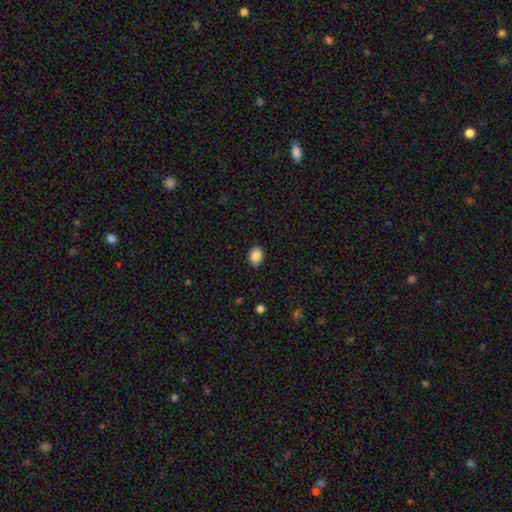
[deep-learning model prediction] Smooth or featured?
  - smooth: 87% *
  - star or artifact: 8%
  - featured or disk: 4%
How rounded?
  - in between: 67% *
  - round: 33%
  - cigar-shaped: 1%
Merging?
  - none: 89% *
  - minor disturbance: 8%
  - major disturbance: 2%
  - merger: 1%